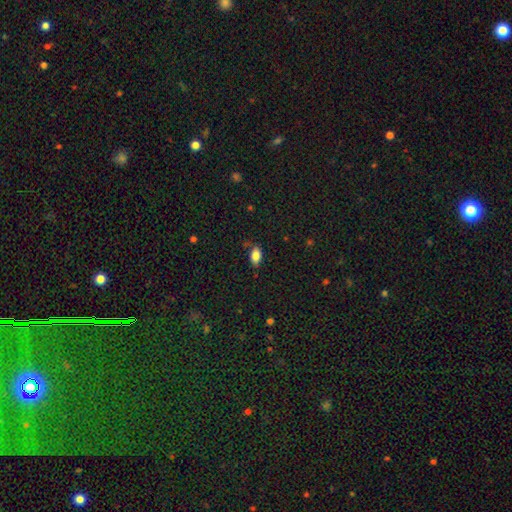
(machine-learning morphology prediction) type=smooth (83%); roundness=in between (90%); merging=none (74%).